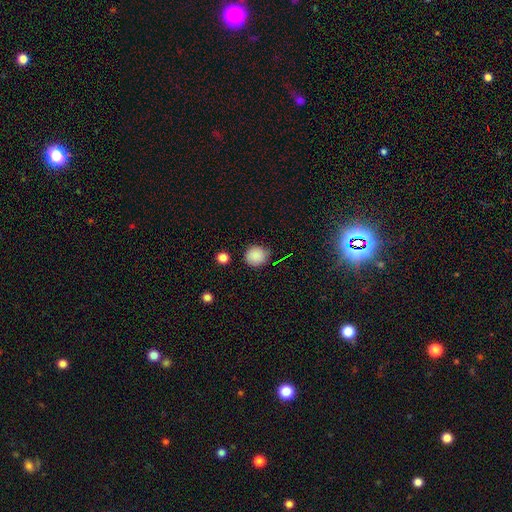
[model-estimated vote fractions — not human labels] Overall: smooth (86%). How rounded: round (87%). Merging: none (80%).